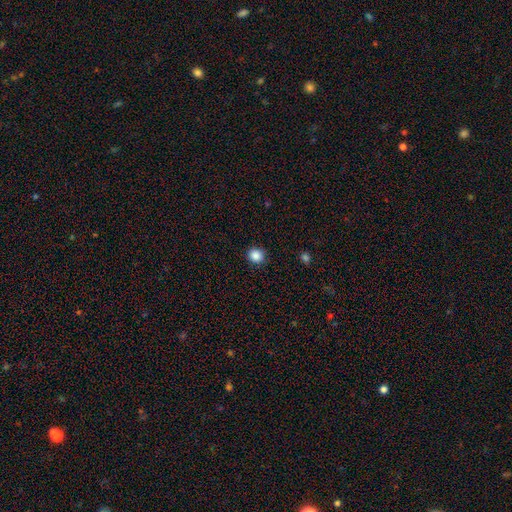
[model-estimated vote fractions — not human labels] The model was most divided on "how rounded": round: 86%, in between: 13%, cigar-shaped: 1%. More confident: merging — none (90%); smooth or featured — smooth (87%).